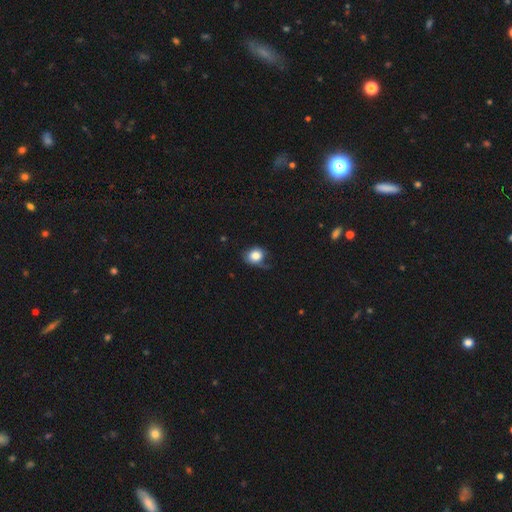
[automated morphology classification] A smooth galaxy with no disk features (80%) that is round (66%).

Vote fractions:
- Smooth or featured? smooth: 80% / featured or disk: 11% / star or artifact: 9%
- How rounded? round: 66% / in between: 33% / cigar-shaped: 1%
- Merging? none: 49% / minor disturbance: 32% / major disturbance: 17% / merger: 2%